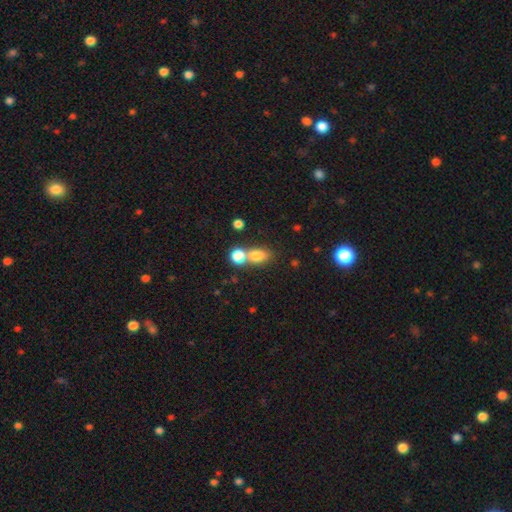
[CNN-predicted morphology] smooth-or-featured: smooth: 77% | star or artifact: 12% | featured or disk: 10%
  how-rounded: in between: 66% | round: 30% | cigar-shaped: 4%
  merging: merger: 48% | none: 39% | minor disturbance: 9% | major disturbance: 5%